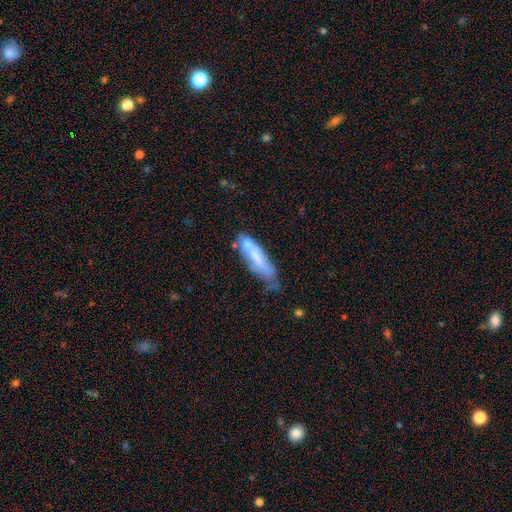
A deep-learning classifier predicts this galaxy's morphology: This appears to be a smooth galaxy with no disk features (54%) that is cigar-shaped (61%). Merging: none (35%).